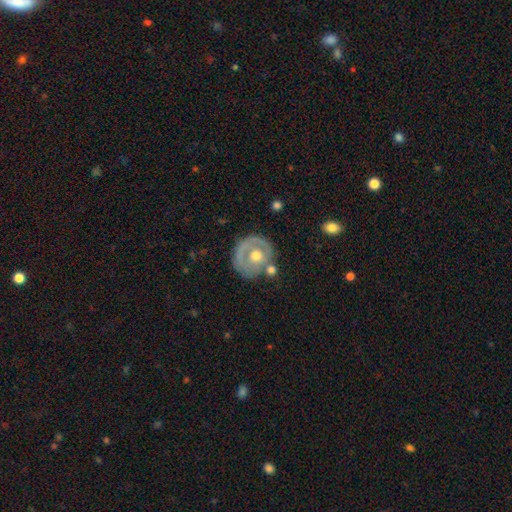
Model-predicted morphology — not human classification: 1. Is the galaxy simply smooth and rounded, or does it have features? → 57% featured or disk, 37% smooth, 6% star or artifact.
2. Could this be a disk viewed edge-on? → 96% no, 4% yes.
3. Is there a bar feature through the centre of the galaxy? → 85% no, 12% weak, 3% strong.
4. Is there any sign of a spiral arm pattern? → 70% no, 30% yes.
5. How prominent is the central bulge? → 75% moderate, 15% small, 7% large, 2% none, 1% dominant.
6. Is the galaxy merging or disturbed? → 63% none, 18% minor disturbance, 10% merger, 8% major disturbance.